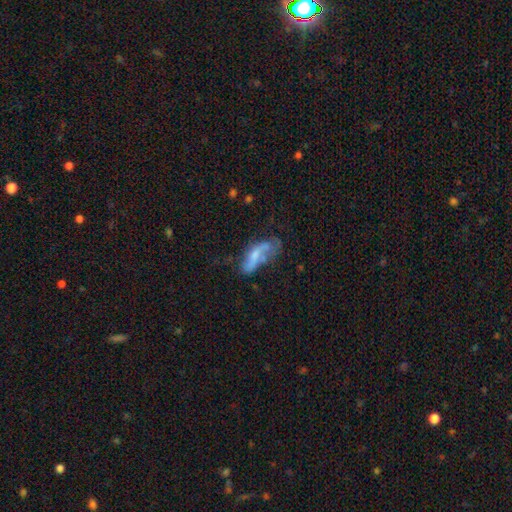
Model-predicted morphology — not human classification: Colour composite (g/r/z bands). It shows a smooth galaxy with no disk features (47%). Merging: major disturbance (34%).